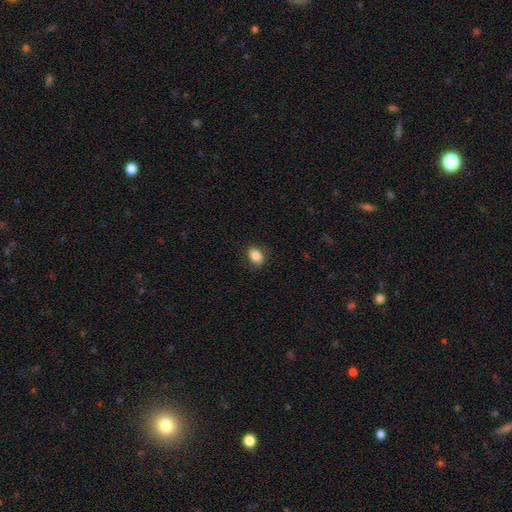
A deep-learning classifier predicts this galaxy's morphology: The model was most divided on "how rounded": in between: 79%, round: 19%, cigar-shaped: 2%. More confident: smooth or featured — smooth (87%); merging — none (83%).